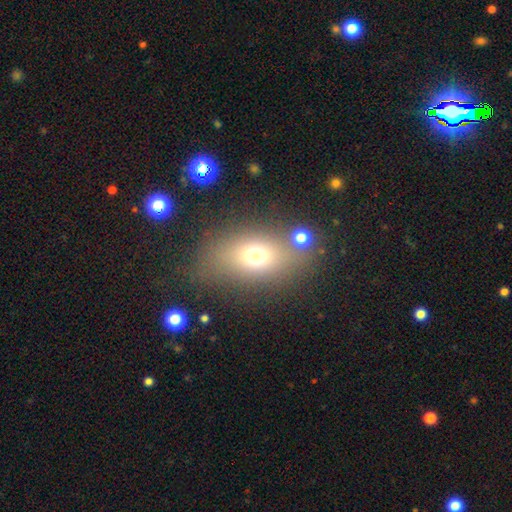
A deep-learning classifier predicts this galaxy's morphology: type=smooth (68%); roundness=in between (74%); merging=none (71%).